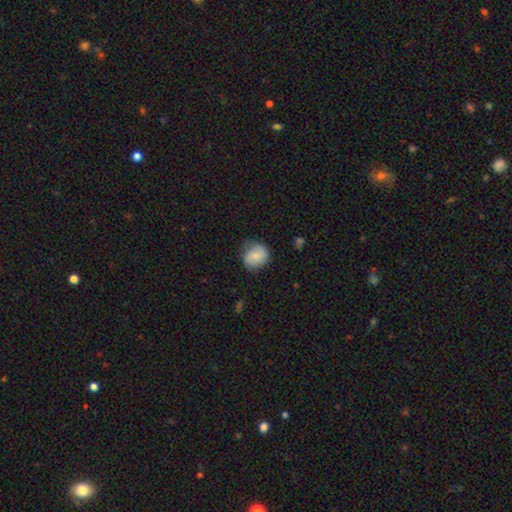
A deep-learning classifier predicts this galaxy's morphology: Smooth or featured? smooth (76%)
How rounded? round (77%)
Merging? none (69%)